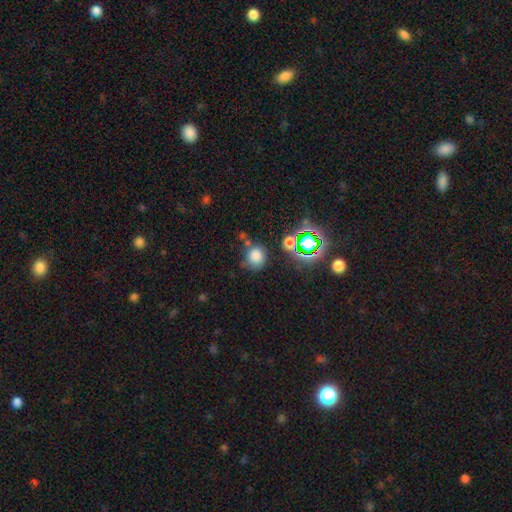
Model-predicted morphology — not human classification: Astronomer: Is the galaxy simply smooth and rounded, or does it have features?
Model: smooth — 74%.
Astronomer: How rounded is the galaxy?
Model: round — 85%.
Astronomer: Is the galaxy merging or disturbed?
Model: none — 66%.